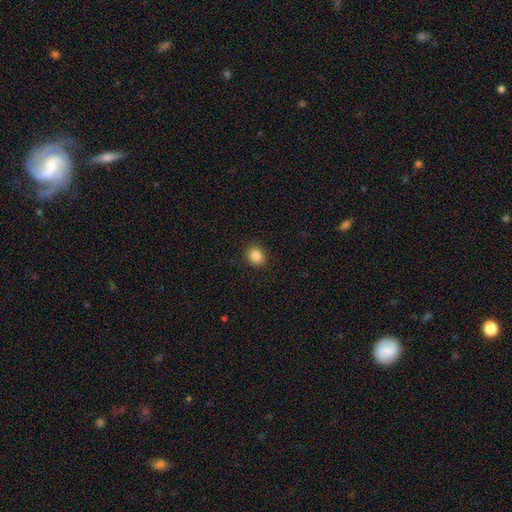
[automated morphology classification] Smooth or featured? Predicted: smooth (p=0.86). How rounded? Predicted: round (p=0.75). Merging? Predicted: none (p=0.90).